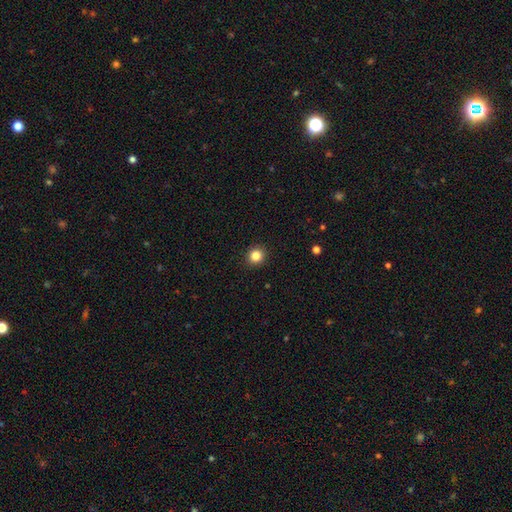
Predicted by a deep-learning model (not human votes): Smooth or featured? Predicted: smooth (p=0.84). How rounded? Predicted: round (p=0.90). Merging? Predicted: none (p=0.92).